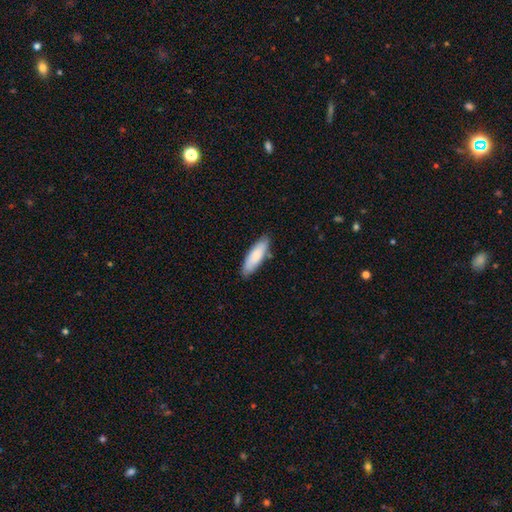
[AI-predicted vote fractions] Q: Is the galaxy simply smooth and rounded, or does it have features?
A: smooth — 83%.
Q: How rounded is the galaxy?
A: cigar-shaped — 50%.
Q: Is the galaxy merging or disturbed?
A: none — 84%.